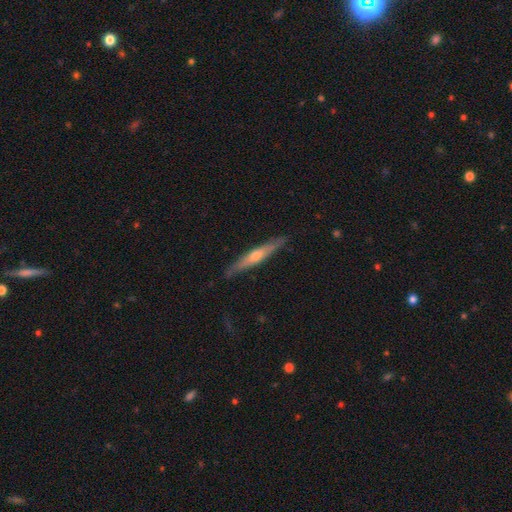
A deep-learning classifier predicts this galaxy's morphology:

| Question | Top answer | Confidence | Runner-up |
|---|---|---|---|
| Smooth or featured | featured or disk | 64% | smooth (31%) |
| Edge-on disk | yes | 94% | no (6%) |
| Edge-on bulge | rounded | 81% | none (15%) |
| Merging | none | 87% | minor disturbance (10%) |